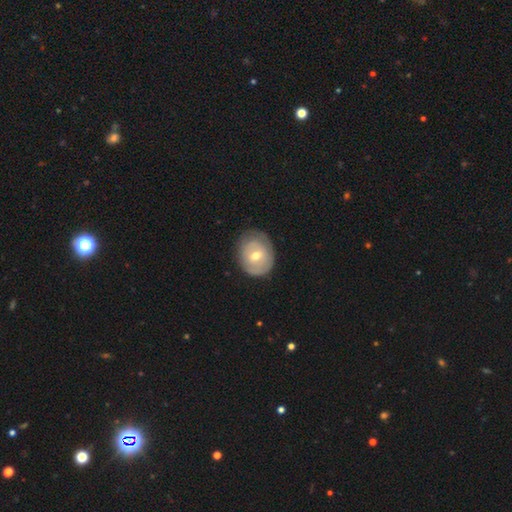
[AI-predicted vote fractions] smooth-or-featured: smooth: 48% | featured or disk: 46% | star or artifact: 6%
  merging: none: 68% | minor disturbance: 24% | major disturbance: 7% | merger: 1%